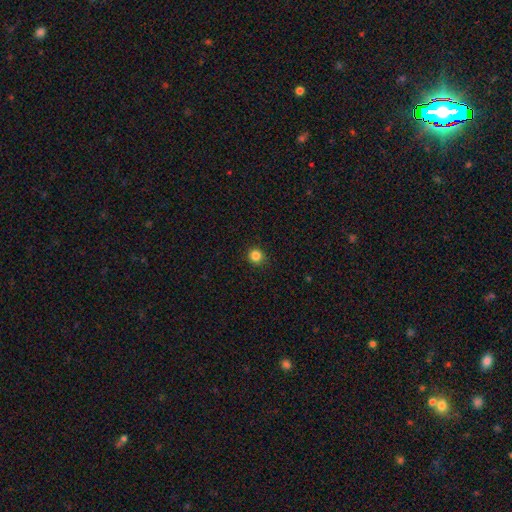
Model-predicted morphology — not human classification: Q: Smooth or featured?
A: smooth (84%); runner-up: star or artifact (12%)
Q: How rounded?
A: round (94%); runner-up: in between (5%)
Q: Merging?
A: none (92%); runner-up: minor disturbance (6%)